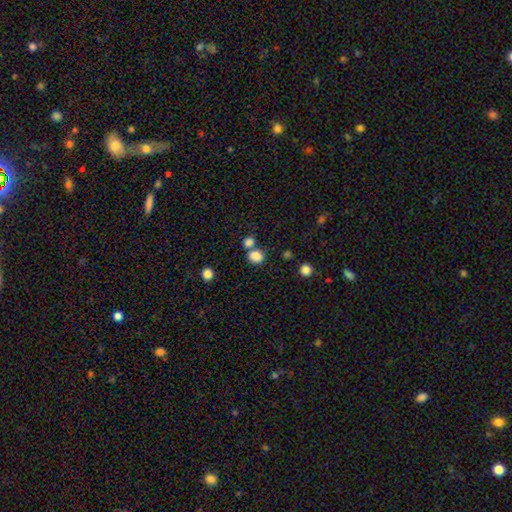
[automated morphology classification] smooth 83%, star or artifact 11%, featured or disk 6%. Down the decision tree: how rounded — round (59%); merging — none (55%).